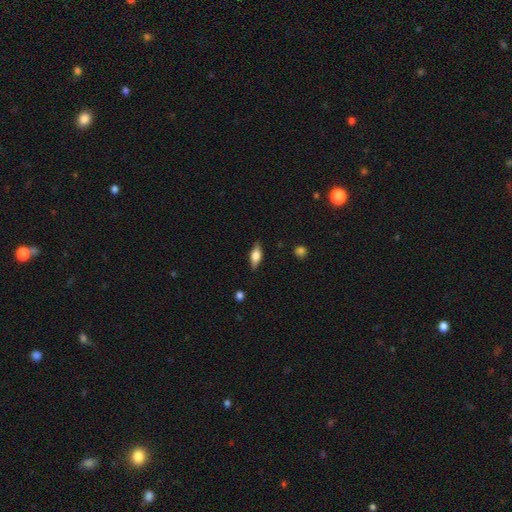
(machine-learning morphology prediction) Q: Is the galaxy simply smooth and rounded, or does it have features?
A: smooth — 66%.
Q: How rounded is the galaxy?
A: in between — 74%.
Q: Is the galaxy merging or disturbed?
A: none — 83%.